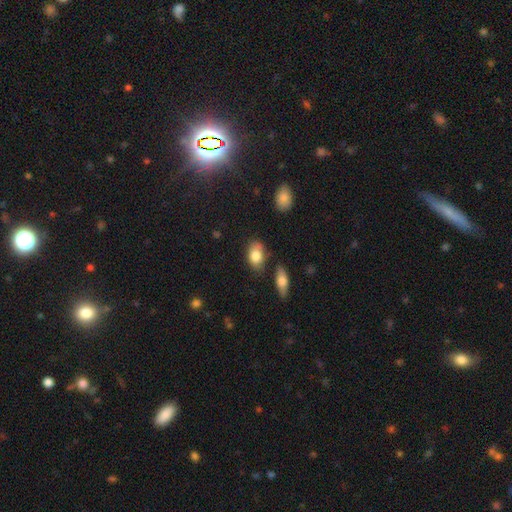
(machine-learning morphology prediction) This appears to be a smooth galaxy with no disk features (82%) that is in between round and cigar-shaped (87%). Merging: none (65%).